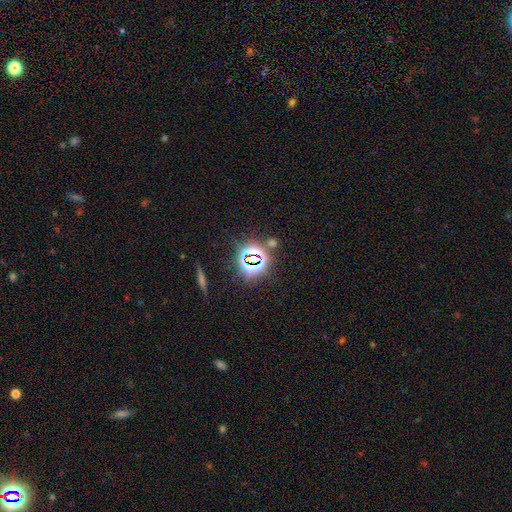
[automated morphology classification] This appears to be a star or artifact, not a galaxy (76%).